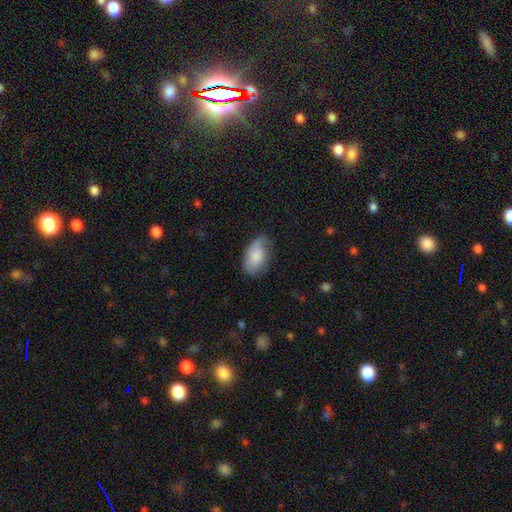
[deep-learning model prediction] Morphology: type=smooth (79%); roundness=in between (93%); merging=none (61%).